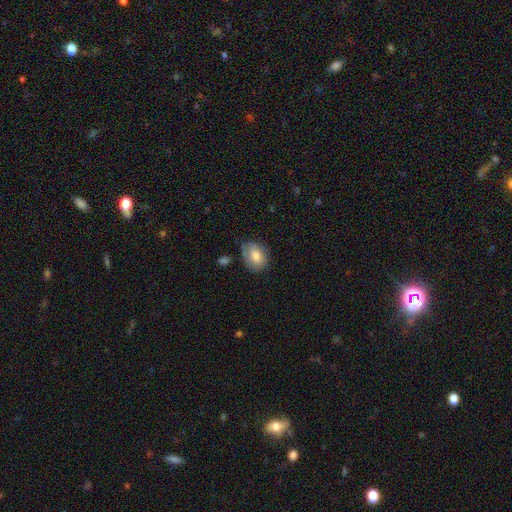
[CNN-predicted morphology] This appears to be a smooth galaxy with no disk features (73%) that is in between round and cigar-shaped (71%). Merging: none (64%).